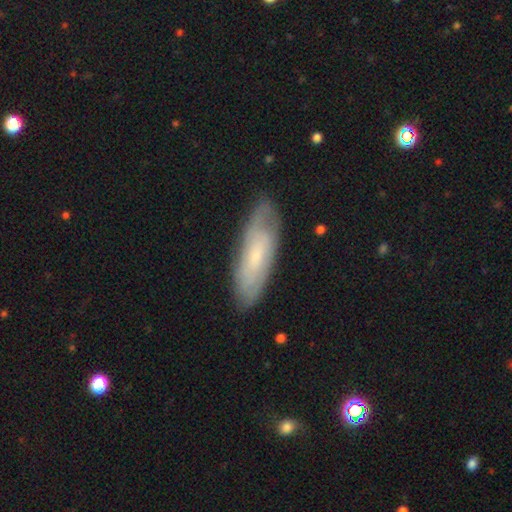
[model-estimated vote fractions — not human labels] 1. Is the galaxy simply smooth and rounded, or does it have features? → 47% featured or disk, 46% smooth, 7% star or artifact.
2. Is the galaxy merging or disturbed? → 80% none, 16% minor disturbance, 3% major disturbance, 1% merger.